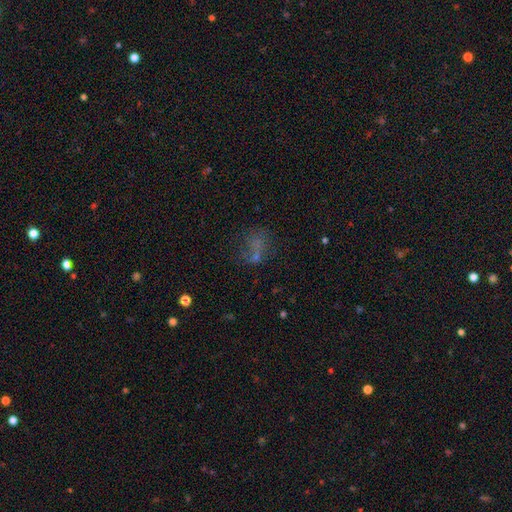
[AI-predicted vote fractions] This appears to be a smooth galaxy with no disk features (46%). Merging: none (44%).